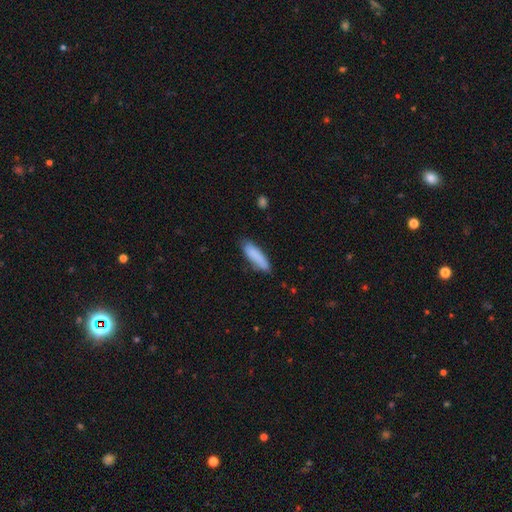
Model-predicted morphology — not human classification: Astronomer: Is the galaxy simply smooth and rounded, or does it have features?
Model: smooth — 84%.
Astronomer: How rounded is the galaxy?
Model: cigar-shaped — 61% (runner-up: in between, 37%).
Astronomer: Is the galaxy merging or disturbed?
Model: none — 73%.